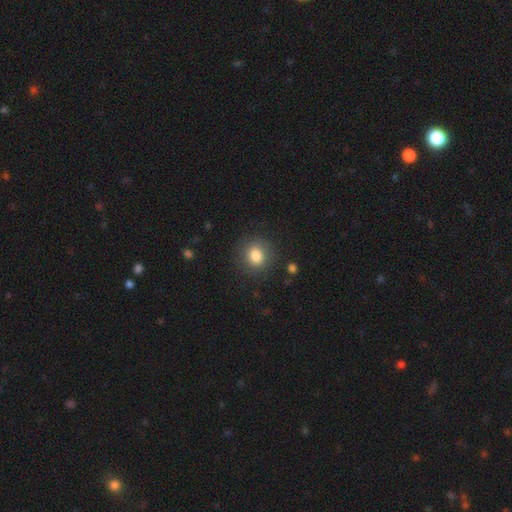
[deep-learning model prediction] A smooth galaxy with no disk features (82%) that is round (73%). Merging: none (86%).